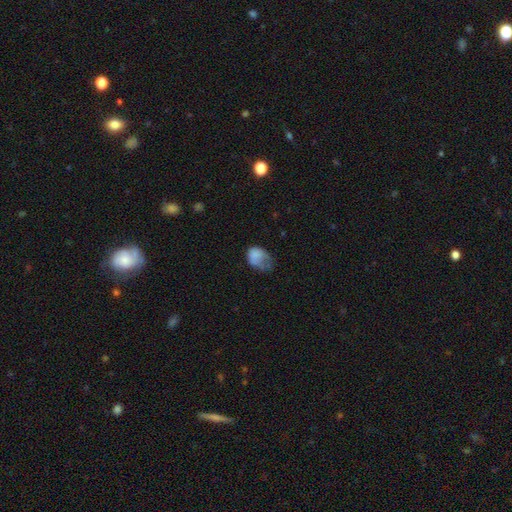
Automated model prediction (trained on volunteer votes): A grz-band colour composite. It shows a smooth galaxy with no disk features (74%) that is in between round and cigar-shaped (69%). Merging: major disturbance (39%).